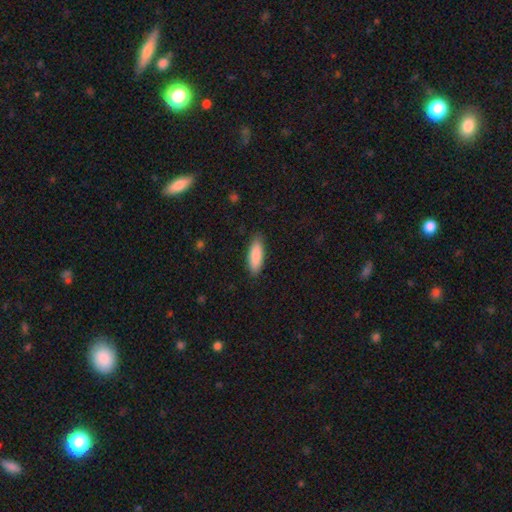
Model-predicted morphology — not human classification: A smooth galaxy with no disk features (87%) that is in between round and cigar-shaped (60%). Merging: none (87%).